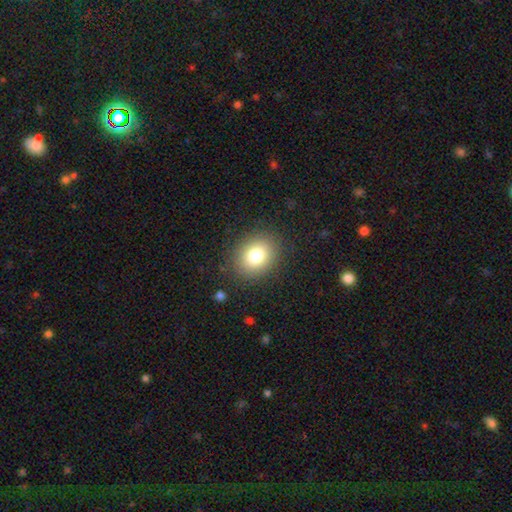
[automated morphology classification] smooth 79%, star or artifact 11%, featured or disk 10%. Down the decision tree: how rounded — in between (51%); merging — none (86%).